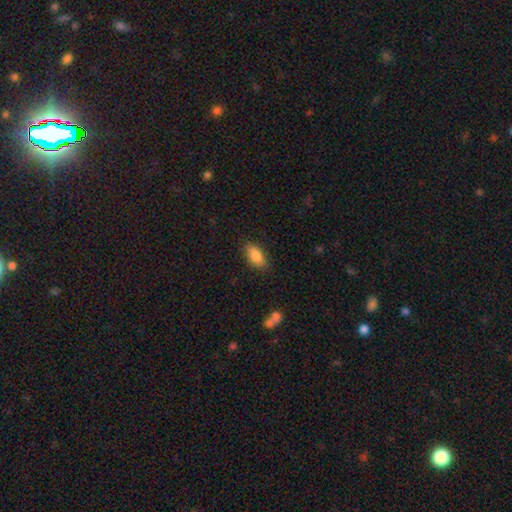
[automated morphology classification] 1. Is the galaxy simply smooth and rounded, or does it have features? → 85% smooth, 7% featured or disk, 7% star or artifact.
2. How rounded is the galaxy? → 89% in between, 8% cigar-shaped, 3% round.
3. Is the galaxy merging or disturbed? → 85% none, 11% minor disturbance, 3% major disturbance, 2% merger.